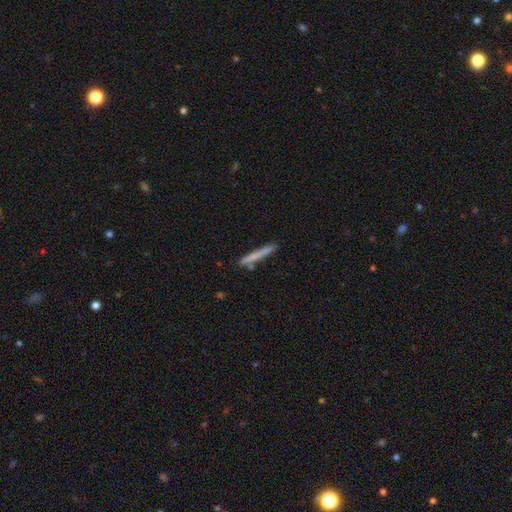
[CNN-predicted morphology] Smooth or featured? Predicted: smooth (p=0.70). How rounded? Predicted: cigar-shaped (p=0.97). Merging? Predicted: none (p=0.86).